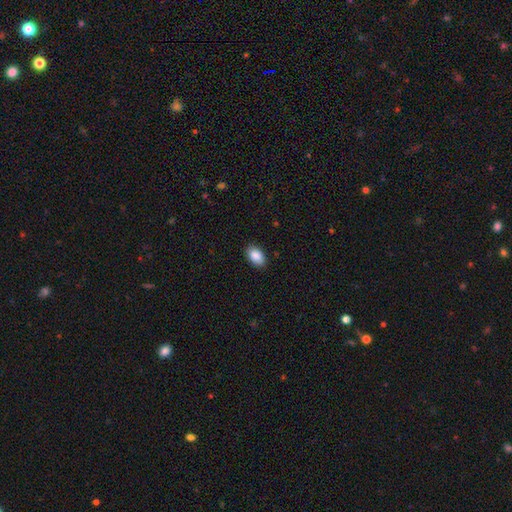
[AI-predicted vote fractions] This is clearly a smooth galaxy (89%). How rounded: clearly in between (91%). Merging: clearly none (88%).